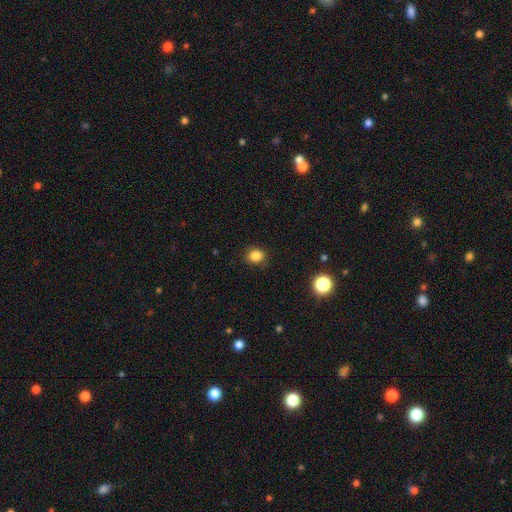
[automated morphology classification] The model was most divided on "how rounded": round: 74%, in between: 25%, cigar-shaped: 1%. More confident: merging — none (87%); smooth or featured — smooth (84%).